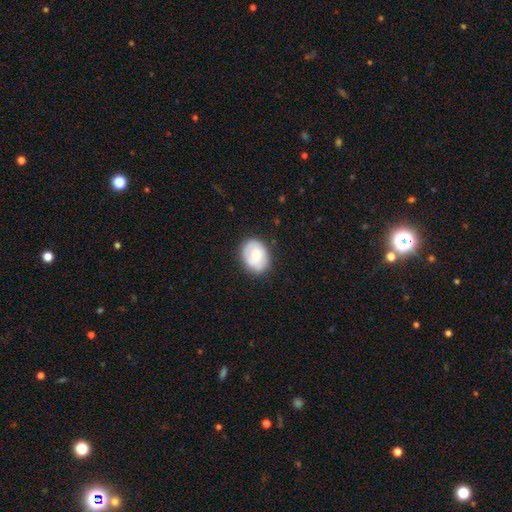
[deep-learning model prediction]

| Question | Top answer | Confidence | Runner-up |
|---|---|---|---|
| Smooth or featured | smooth | 63% | featured or disk (31%) |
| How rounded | in between | 63% | round (36%) |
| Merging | none | 74% | minor disturbance (19%) |